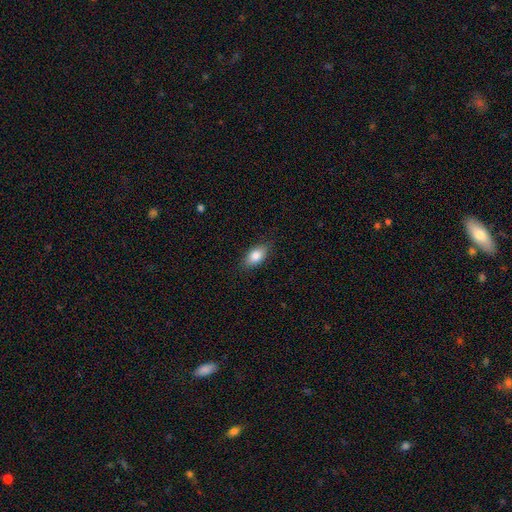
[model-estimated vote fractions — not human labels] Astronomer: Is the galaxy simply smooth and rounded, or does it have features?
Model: smooth — 84%.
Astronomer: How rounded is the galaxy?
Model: in between — 90%.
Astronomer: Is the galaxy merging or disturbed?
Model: none — 85%.